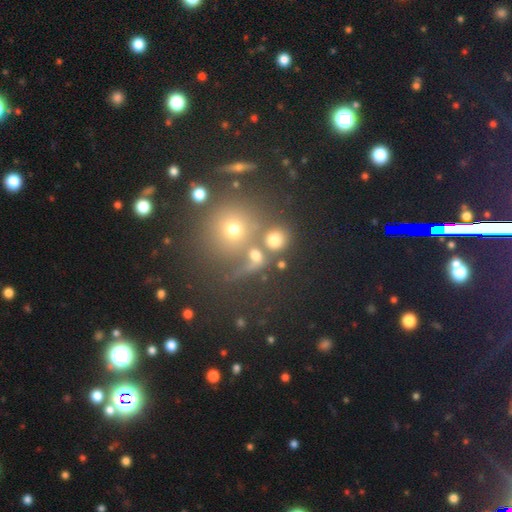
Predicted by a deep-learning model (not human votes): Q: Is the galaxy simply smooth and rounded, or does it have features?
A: smooth — 65%.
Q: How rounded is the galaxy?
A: round — 77%.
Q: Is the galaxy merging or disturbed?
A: none — 46%.